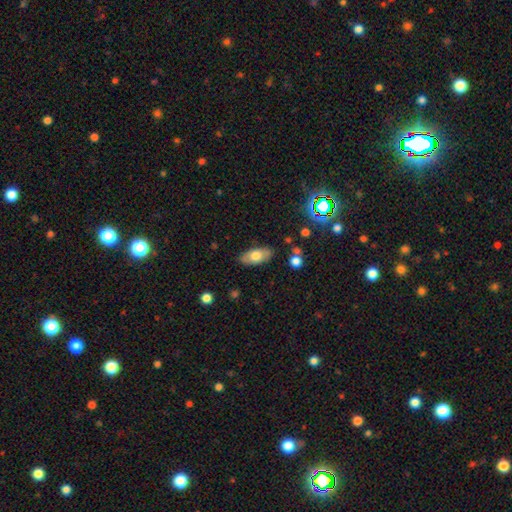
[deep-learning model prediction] The model was most divided on "smooth or featured": smooth: 70%, featured or disk: 23%, star or artifact: 7%. More confident: how rounded — in between (89%); merging — none (84%).